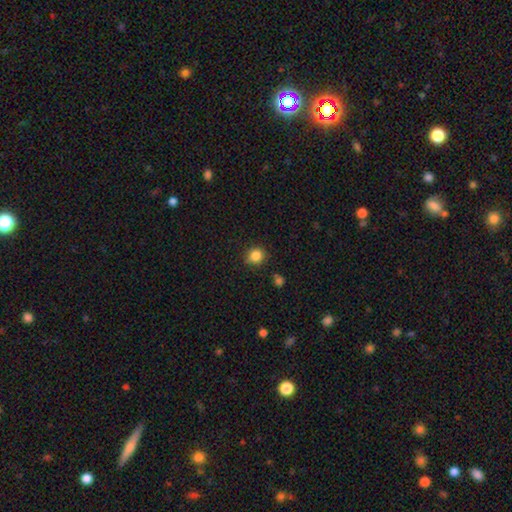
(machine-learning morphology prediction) smooth_or_featured: smooth (p=0.85) [alt: star or artifact p=0.11]
how_rounded: round (p=0.80) [alt: in between p=0.19]
merging: none (p=0.83) [alt: minor disturbance p=0.12]